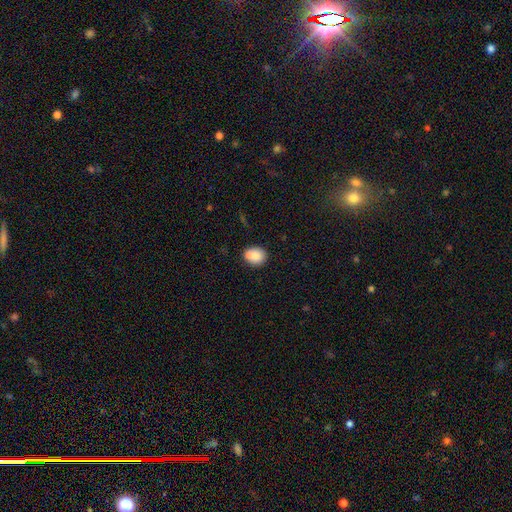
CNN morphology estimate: A smooth galaxy with no disk features (81%) that is round (64%).

Vote fractions:
- Smooth or featured? smooth: 81% / featured or disk: 10% / star or artifact: 9%
- How rounded? round: 64% / in between: 35% / cigar-shaped: 1%
- Merging? none: 59% / merger: 23% / minor disturbance: 14% / major disturbance: 4%